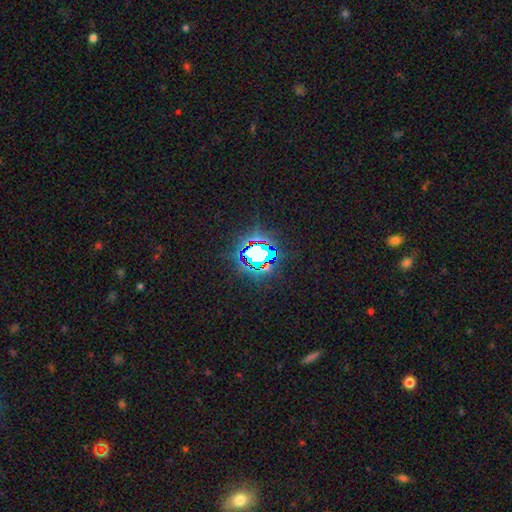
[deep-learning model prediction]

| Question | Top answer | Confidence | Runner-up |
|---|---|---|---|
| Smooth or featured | star or artifact | 74% | smooth (15%) |